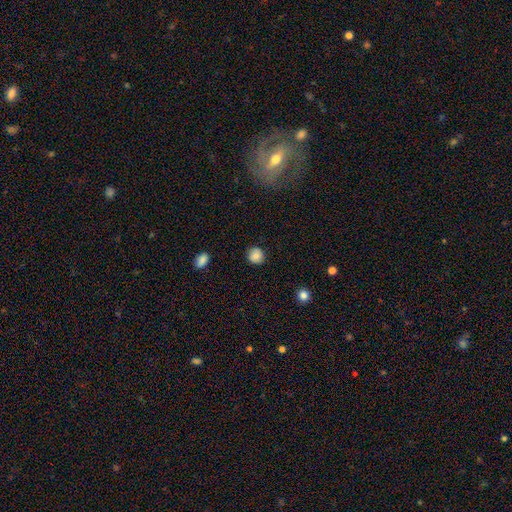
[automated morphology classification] Smooth or featured: smooth — 85% (star or artifact — 9%)
How rounded: round — 90% (in between — 9%)
Merging: none — 89% (minor disturbance — 8%)